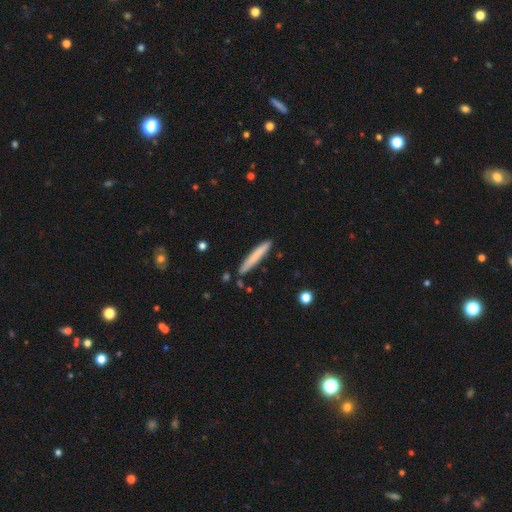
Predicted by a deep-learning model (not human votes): smooth 75%, featured or disk 19%, star or artifact 6%. Down the decision tree: how rounded — cigar-shaped (95%); merging — none (87%).